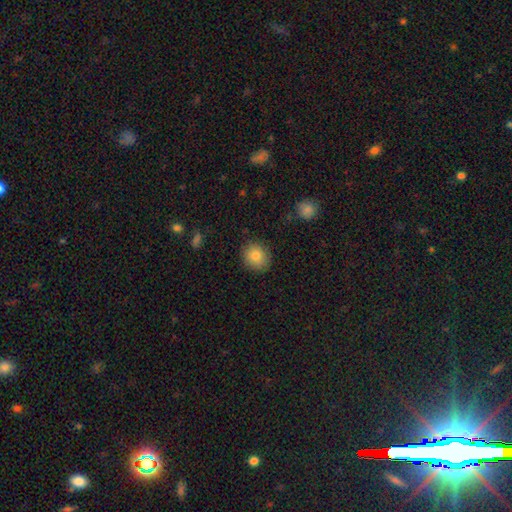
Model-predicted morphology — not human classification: Overall: smooth (83%). How rounded: round (80%). Merging: none (86%).